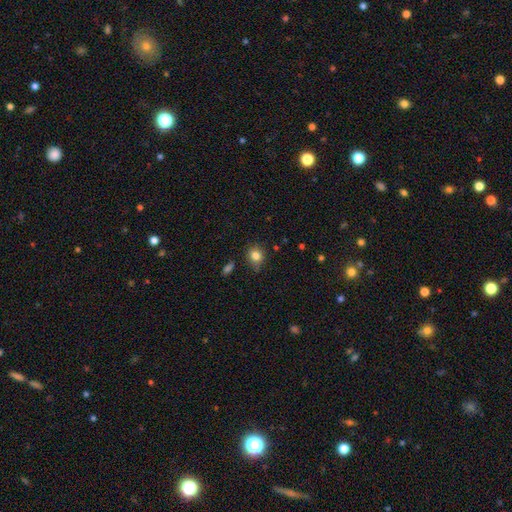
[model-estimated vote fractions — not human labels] smooth_or_featured: smooth (p=0.81) [alt: star or artifact p=0.11]
how_rounded: round (p=0.73) [alt: in between p=0.26]
merging: none (p=0.74) [alt: minor disturbance p=0.20]